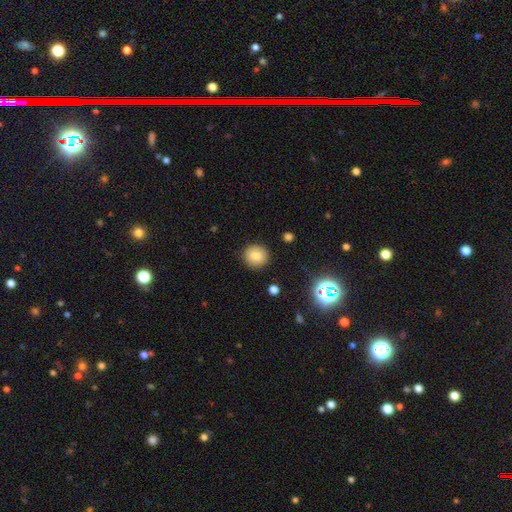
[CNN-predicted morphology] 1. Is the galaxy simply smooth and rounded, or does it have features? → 82% smooth, 11% star or artifact, 7% featured or disk.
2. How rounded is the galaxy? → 91% round, 8% in between, 1% cigar-shaped.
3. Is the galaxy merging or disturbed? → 90% none, 7% minor disturbance, 2% major disturbance, 1% merger.